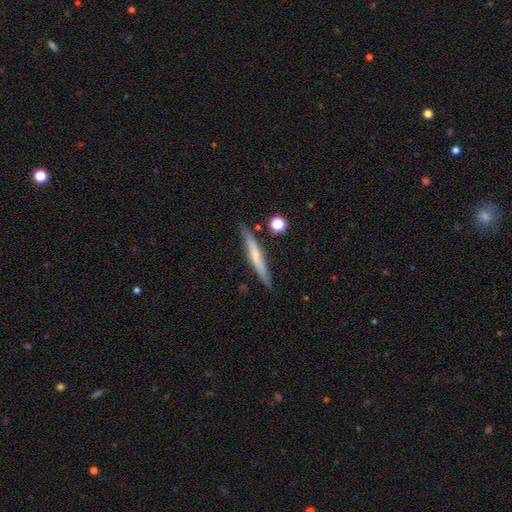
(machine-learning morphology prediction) A smooth galaxy with no disk features (50%).

Vote fractions:
- Smooth or featured? smooth: 50% / featured or disk: 44% / star or artifact: 6%
- Merging? none: 85% / minor disturbance: 10% / merger: 2% / major disturbance: 2%